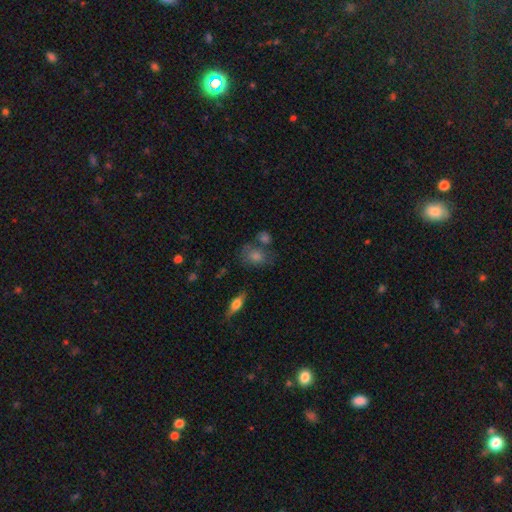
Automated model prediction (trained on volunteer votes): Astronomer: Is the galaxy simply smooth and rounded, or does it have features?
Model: smooth — 58%.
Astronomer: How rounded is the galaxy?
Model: in between — 52% (runner-up: round, 45%).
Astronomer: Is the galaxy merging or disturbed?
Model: none — 59%.